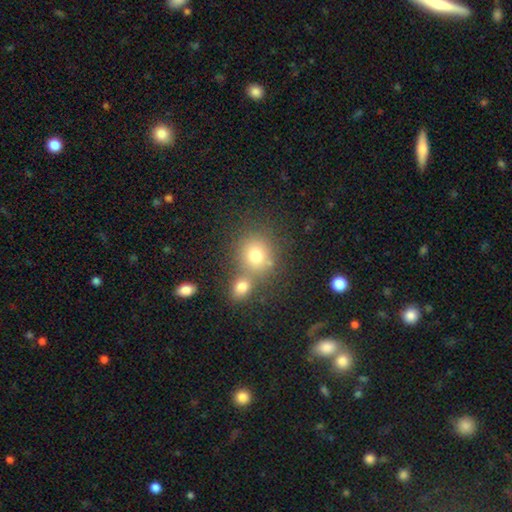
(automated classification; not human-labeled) Overall: smooth (74%). How rounded: round (79%). Merging: none (53%; merger 34%).